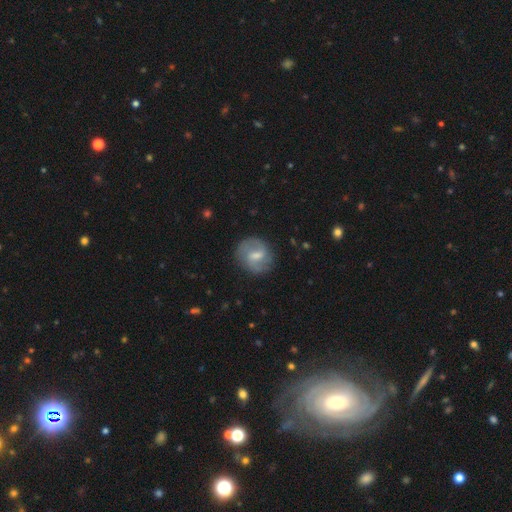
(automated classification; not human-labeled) smooth_or_featured: featured or disk (p=0.62) [alt: smooth p=0.32]
disk_edge_on: no (p=0.97) [alt: yes p=0.03]
bar: weak (p=0.60) [alt: strong p=0.25]
has_spiral_arms: yes (p=0.81) [alt: no p=0.19]
bulge_size: moderate (p=0.45) [alt: small p=0.37]
merging: none (p=0.79) [alt: minor disturbance p=0.14]